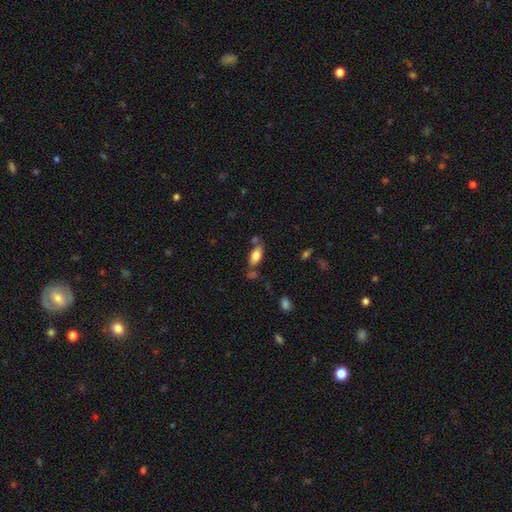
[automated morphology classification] Smooth or featured? Predicted: smooth (p=0.76). How rounded? Predicted: in between (p=0.85). Merging? Predicted: none (p=0.64).